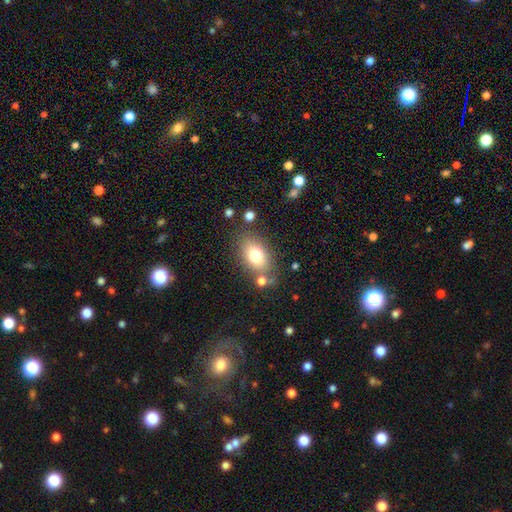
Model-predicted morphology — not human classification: Smooth or featured? Predicted: smooth (p=0.77). How rounded? Predicted: in between (p=0.86). Merging? Predicted: none (p=0.74).